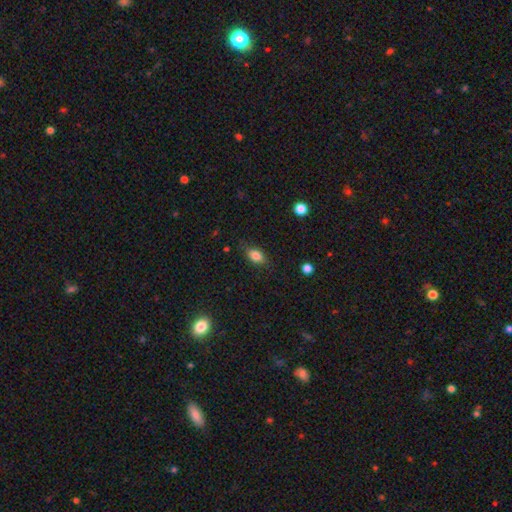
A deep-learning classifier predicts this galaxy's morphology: Q: Smooth or featured?
A: smooth (82%); runner-up: star or artifact (9%)
Q: How rounded?
A: in between (82%); runner-up: round (15%)
Q: Merging?
A: none (79%); runner-up: minor disturbance (16%)